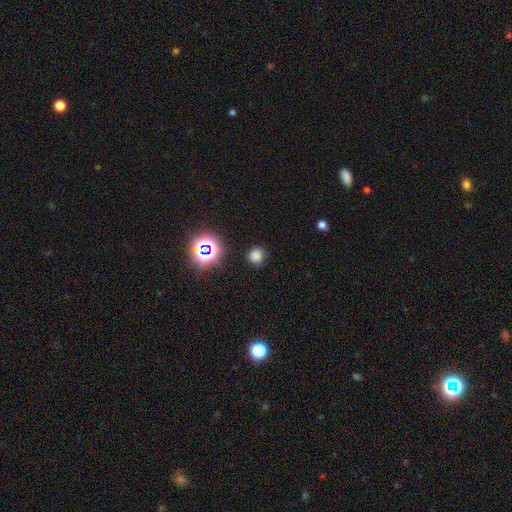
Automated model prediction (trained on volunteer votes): This is likely a smooth galaxy (73%). How rounded: clearly round (89%). Merging: clearly none (87%).